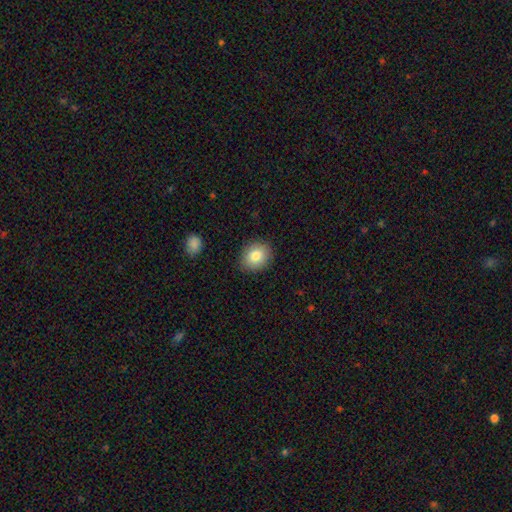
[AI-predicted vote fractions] A smooth galaxy with no disk features (82%) that is round (58%).

Vote fractions:
- Smooth or featured? smooth: 82% / featured or disk: 9% / star or artifact: 8%
- How rounded? round: 58% / in between: 41% / cigar-shaped: 1%
- Merging? none: 87% / minor disturbance: 9% / major disturbance: 2% / merger: 1%